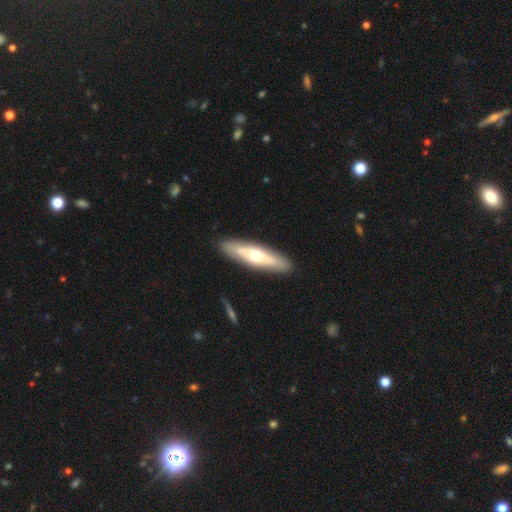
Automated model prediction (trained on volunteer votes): A featured or disk galaxy (53%) viewed edge-on (54%).

Vote fractions:
- Smooth or featured? featured or disk: 53% / smooth: 42% / star or artifact: 5%
- Edge-on disk? yes: 54% / no: 46%
- Merging? none: 89% / minor disturbance: 8% / major disturbance: 2% / merger: 1%